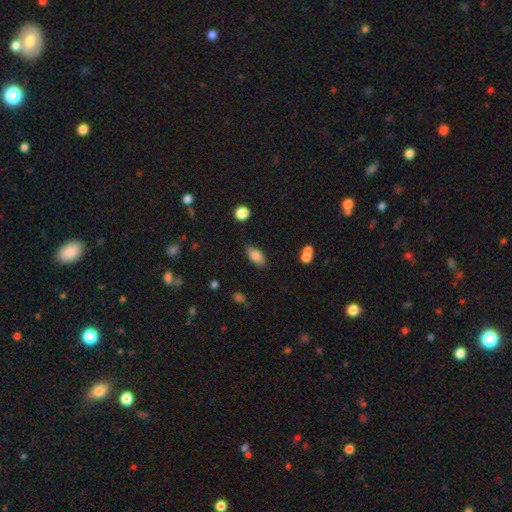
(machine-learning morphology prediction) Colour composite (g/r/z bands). It shows a smooth galaxy with no disk features (83%) that is in between round and cigar-shaped (88%). Merging: none (79%).